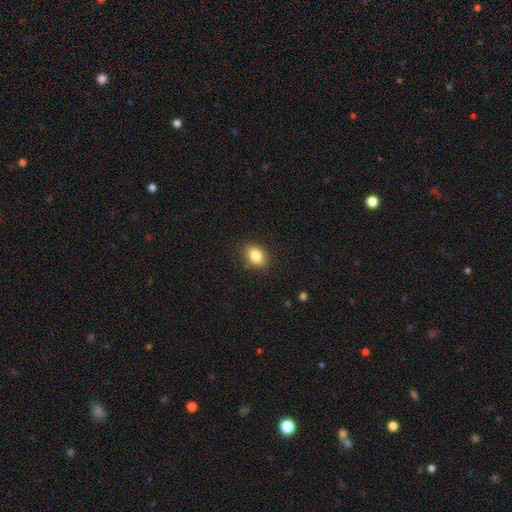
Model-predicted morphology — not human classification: smooth-or-featured: smooth: 84% | star or artifact: 9% | featured or disk: 7%
  how-rounded: in between: 72% | round: 27% | cigar-shaped: 1%
  merging: none: 85% | minor disturbance: 11% | major disturbance: 3% | merger: 1%